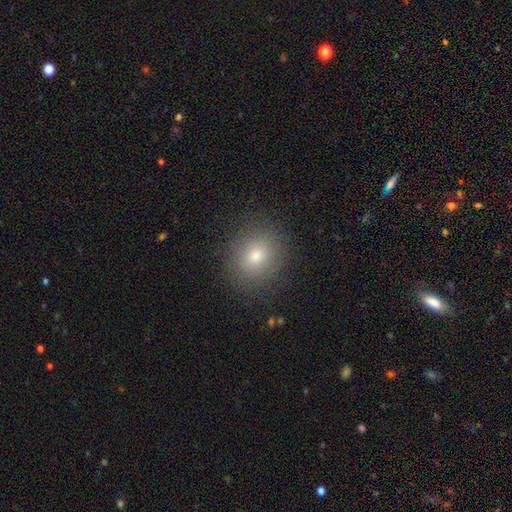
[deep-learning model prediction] This is likely a smooth galaxy (77%). How rounded: likely round (71%). Merging: clearly none (88%).